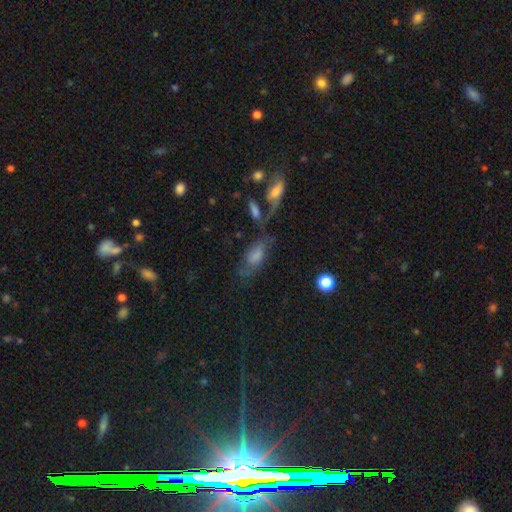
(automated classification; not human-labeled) Smooth or featured: smooth — 58% (featured or disk — 31%)
How rounded: in between — 83% (cigar-shaped — 11%)
Merging: none — 42% (minor disturbance — 23%)